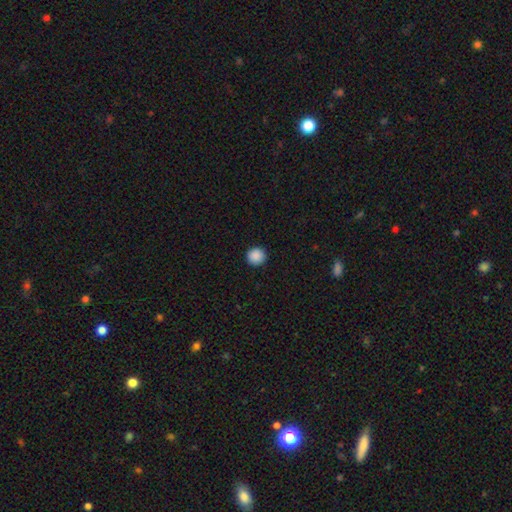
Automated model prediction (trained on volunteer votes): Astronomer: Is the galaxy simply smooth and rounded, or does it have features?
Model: smooth — 89%.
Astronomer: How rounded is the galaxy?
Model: round — 95%.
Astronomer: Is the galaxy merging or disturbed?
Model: none — 93%.